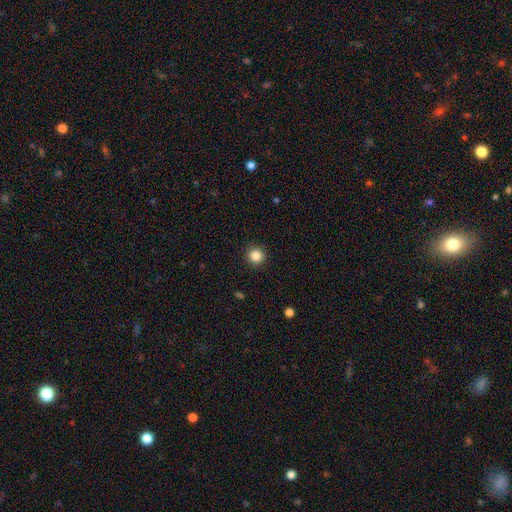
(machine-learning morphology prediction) smooth-or-featured: smooth: 86% | star or artifact: 10% | featured or disk: 4%
  how-rounded: round: 95% | in between: 4% | cigar-shaped: 1%
  merging: none: 93% | minor disturbance: 5% | major disturbance: 2% | merger: 1%